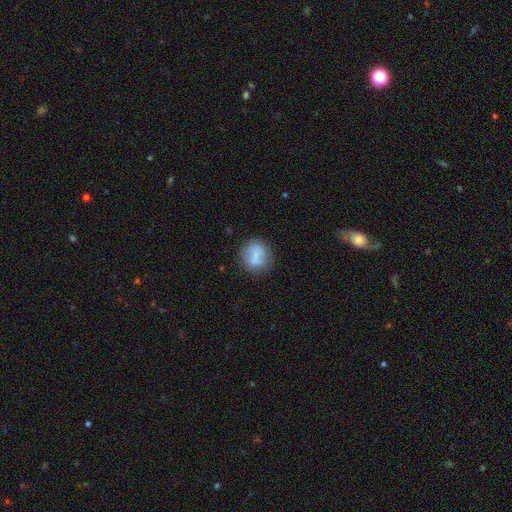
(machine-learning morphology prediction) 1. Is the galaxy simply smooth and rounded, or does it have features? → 72% smooth, 20% featured or disk, 8% star or artifact.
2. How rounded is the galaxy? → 77% round, 22% in between, 2% cigar-shaped.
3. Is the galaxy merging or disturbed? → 74% none, 16% minor disturbance, 6% major disturbance, 3% merger.